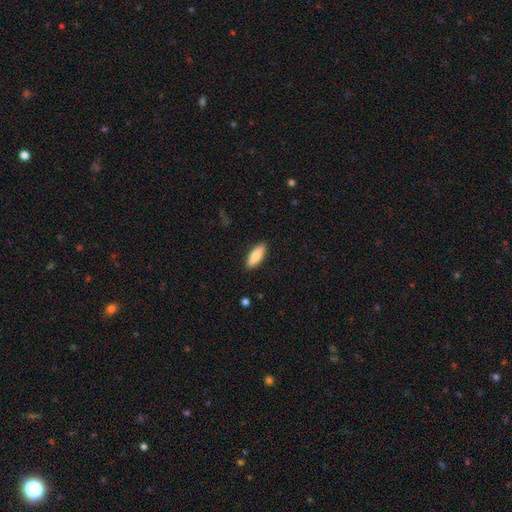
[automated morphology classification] The model was most divided on "how rounded": in between: 64%, cigar-shaped: 34%, round: 2%. More confident: merging — none (89%); smooth or featured — smooth (84%).